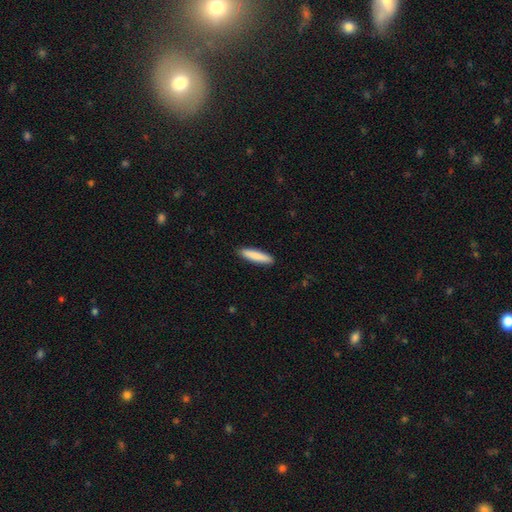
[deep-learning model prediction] A smooth galaxy with no disk features (85%) that is cigar-shaped (85%). Merging: none (91%).